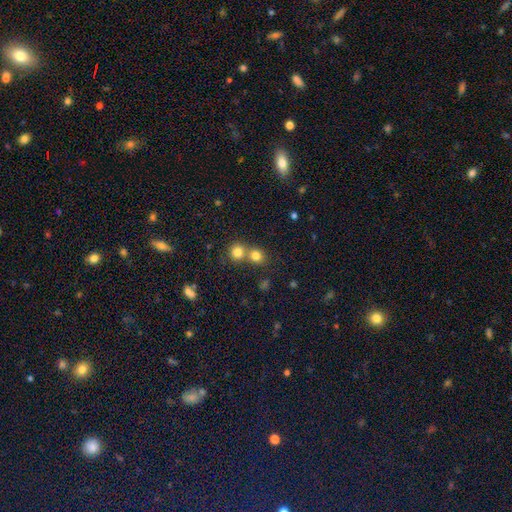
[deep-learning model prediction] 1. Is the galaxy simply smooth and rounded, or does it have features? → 79% smooth, 14% star or artifact, 7% featured or disk.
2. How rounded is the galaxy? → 81% round, 18% in between, 1% cigar-shaped.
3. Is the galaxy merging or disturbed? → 47% none, 45% merger, 6% minor disturbance, 2% major disturbance.